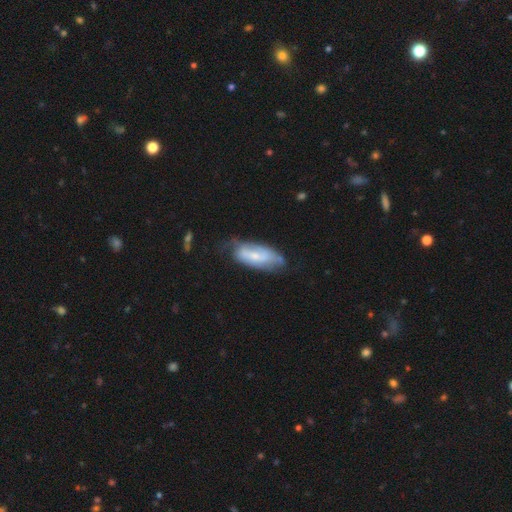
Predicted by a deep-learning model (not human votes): A featured or disk galaxy (54%).

Vote fractions:
- Smooth or featured? featured or disk: 54% / smooth: 40% / star or artifact: 7%
- Edge-on disk? no: 87% / yes: 13%
- Merging? none: 48% / minor disturbance: 33% / major disturbance: 16% / merger: 4%